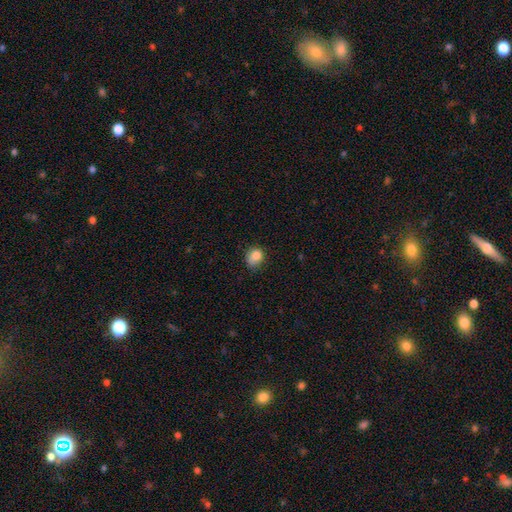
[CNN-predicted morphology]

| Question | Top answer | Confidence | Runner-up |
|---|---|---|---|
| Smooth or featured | smooth | 83% | star or artifact (10%) |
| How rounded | round | 66% | in between (33%) |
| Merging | none | 59% | minor disturbance (31%) |